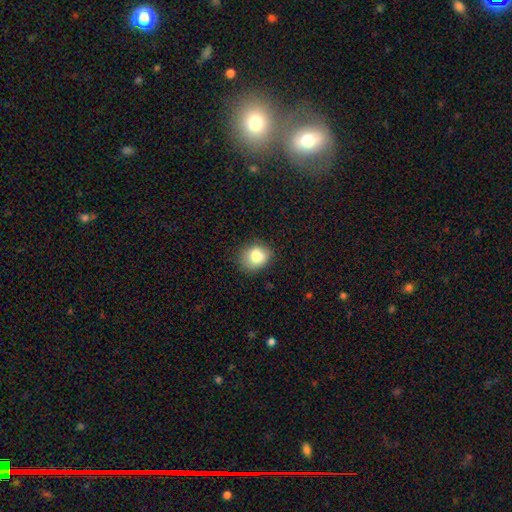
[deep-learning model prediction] Smooth or featured? smooth (82%)
How rounded? round (64%)
Merging? none (72%)